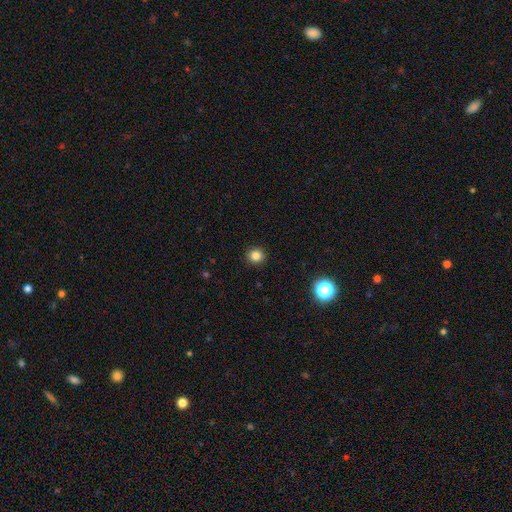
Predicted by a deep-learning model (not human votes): Smooth or featured?
  - smooth: 83% *
  - star or artifact: 13%
  - featured or disk: 4%
How rounded?
  - round: 92% *
  - in between: 7%
  - cigar-shaped: 1%
Merging?
  - none: 92% *
  - minor disturbance: 5%
  - major disturbance: 2%
  - merger: 1%